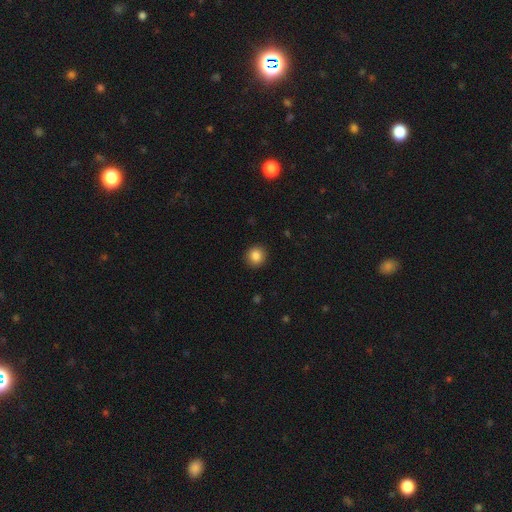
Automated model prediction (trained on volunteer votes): Smooth or featured? smooth (86%)
How rounded? round (90%)
Merging? none (91%)